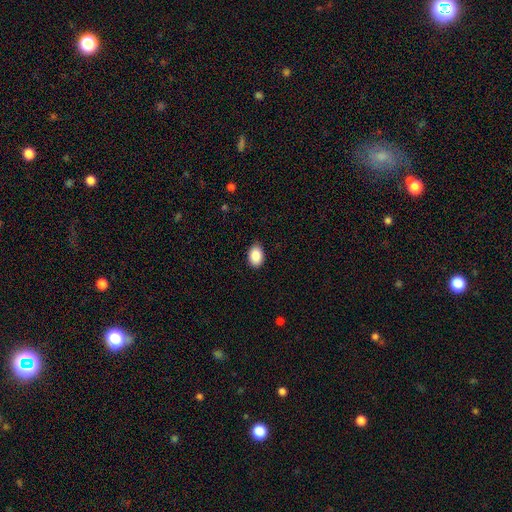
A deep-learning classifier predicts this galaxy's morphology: Smooth or featured?
  - smooth: 89% *
  - star or artifact: 7%
  - featured or disk: 4%
How rounded?
  - in between: 86% *
  - round: 12%
  - cigar-shaped: 1%
Merging?
  - none: 84% *
  - minor disturbance: 13%
  - major disturbance: 2%
  - merger: 1%